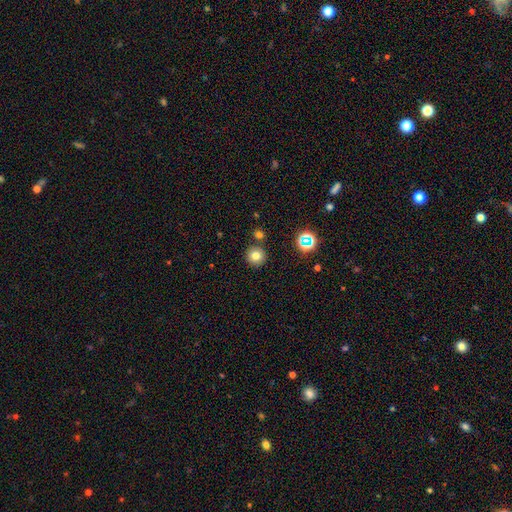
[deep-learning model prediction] The model was most divided on "smooth or featured": smooth: 76%, star or artifact: 16%, featured or disk: 8%. More confident: how rounded — round (94%); merging — none (82%).